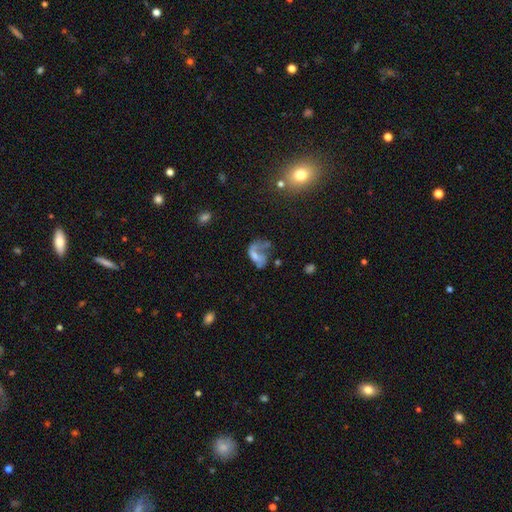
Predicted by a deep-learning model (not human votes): Smooth or featured? Predicted: featured or disk (p=0.49). Merging? Predicted: major disturbance (p=0.50).